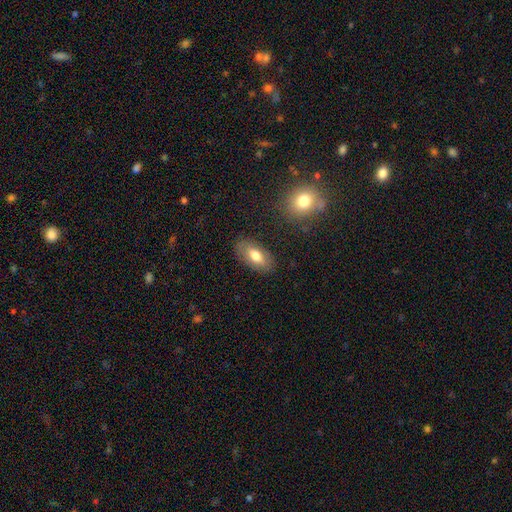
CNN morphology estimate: The model was most divided on "smooth or featured": smooth: 72%, featured or disk: 21%, star or artifact: 7%. More confident: how rounded — in between (90%); merging — none (84%).